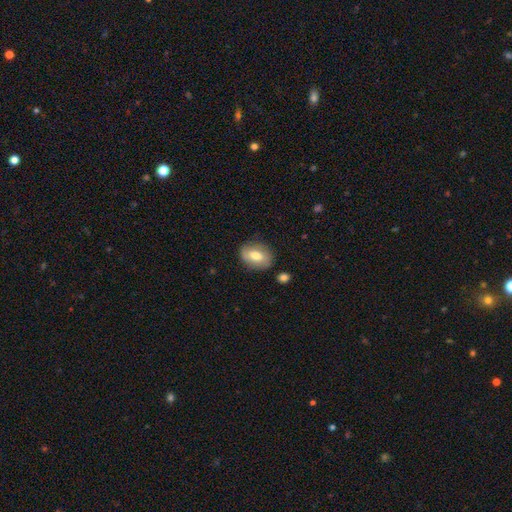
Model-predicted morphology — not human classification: Smooth or featured?
  - smooth: 66% *
  - featured or disk: 27%
  - star or artifact: 7%
How rounded?
  - in between: 73% *
  - round: 25%
  - cigar-shaped: 2%
Merging?
  - none: 80% *
  - minor disturbance: 14%
  - major disturbance: 3%
  - merger: 2%